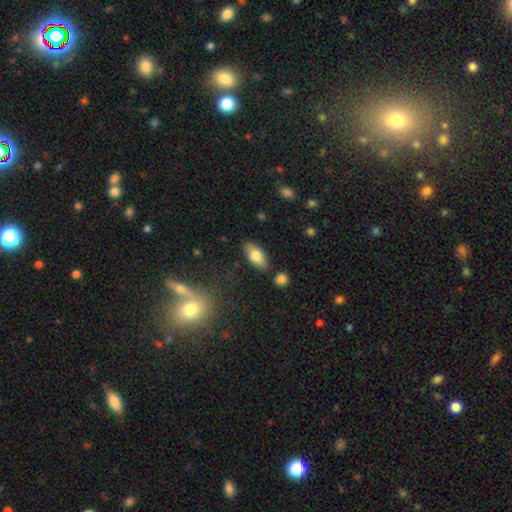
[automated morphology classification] Q: Smooth or featured?
A: smooth (75%); runner-up: featured or disk (18%)
Q: How rounded?
A: in between (87%); runner-up: cigar-shaped (10%)
Q: Merging?
A: none (83%); runner-up: minor disturbance (11%)